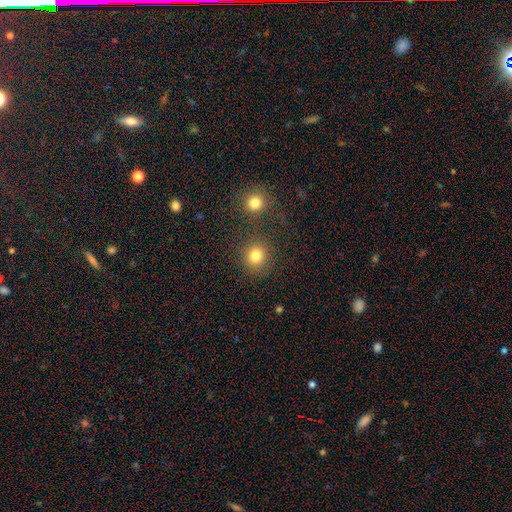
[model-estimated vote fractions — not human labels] smooth-or-featured: smooth: 80% | star or artifact: 14% | featured or disk: 6%
  how-rounded: round: 89% | in between: 11% | cigar-shaped: 1%
  merging: none: 81% | merger: 8% | minor disturbance: 7% | major disturbance: 4%